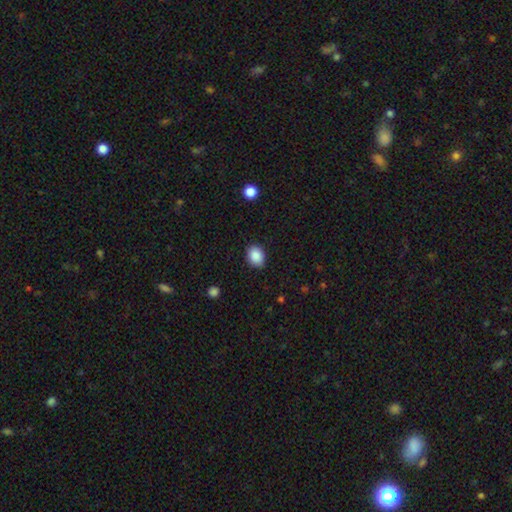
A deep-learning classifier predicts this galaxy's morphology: This is clearly a smooth galaxy (88%). How rounded: likely in between (62%). Merging: clearly none (85%).